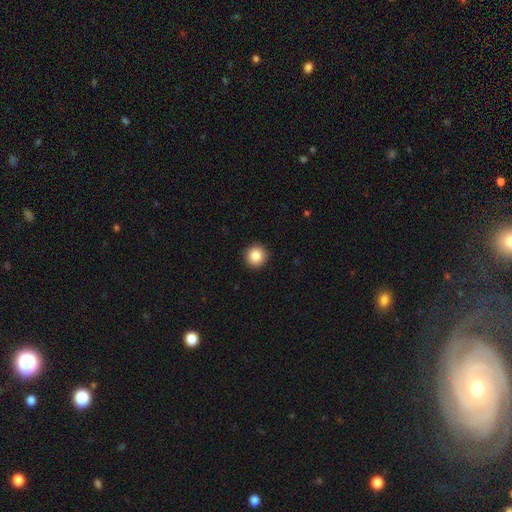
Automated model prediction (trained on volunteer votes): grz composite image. It shows a smooth galaxy with no disk features (86%) that is round (94%). Merging: none (93%).